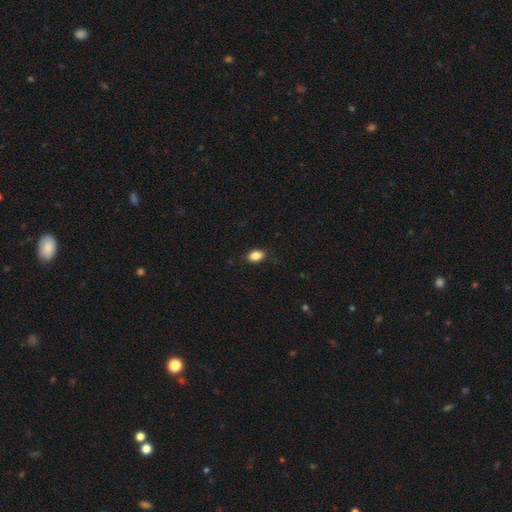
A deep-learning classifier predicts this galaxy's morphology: Smooth or featured? smooth (87%)
How rounded? in between (85%)
Merging? none (85%)